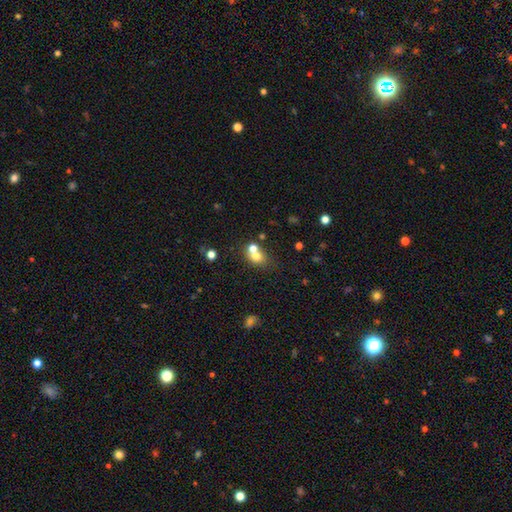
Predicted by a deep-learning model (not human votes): Smooth or featured? Predicted: smooth (p=0.68). How rounded? Predicted: round (p=0.64). Merging? Predicted: merger (p=0.50).